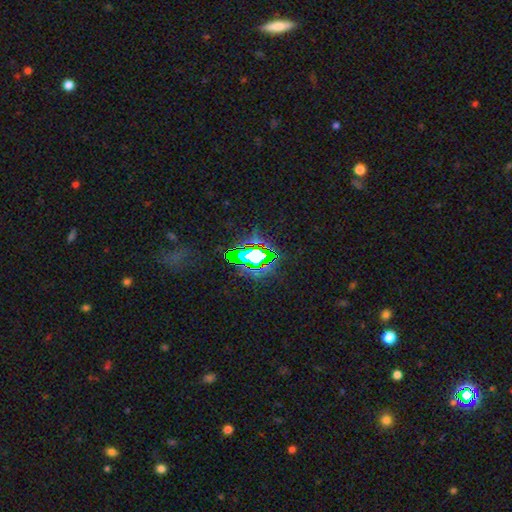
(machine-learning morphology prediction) Q: Smooth or featured?
A: star or artifact (71%); runner-up: smooth (16%)